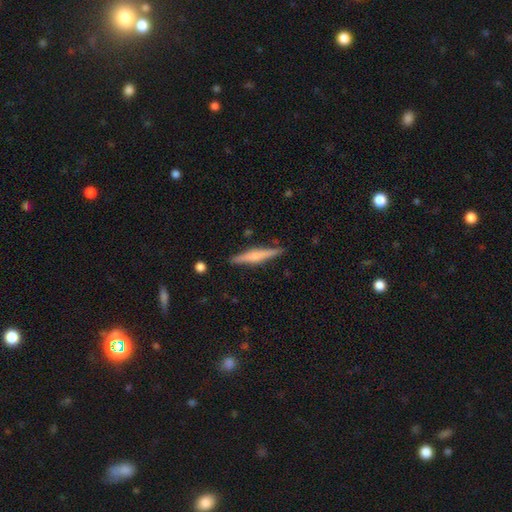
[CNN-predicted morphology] Smooth or featured: featured or disk — 56% (smooth — 38%)
Edge-on disk: yes — 97% (no — 3%)
Edge-on bulge: rounded — 71% (none — 16%)
Merging: none — 88% (minor disturbance — 9%)